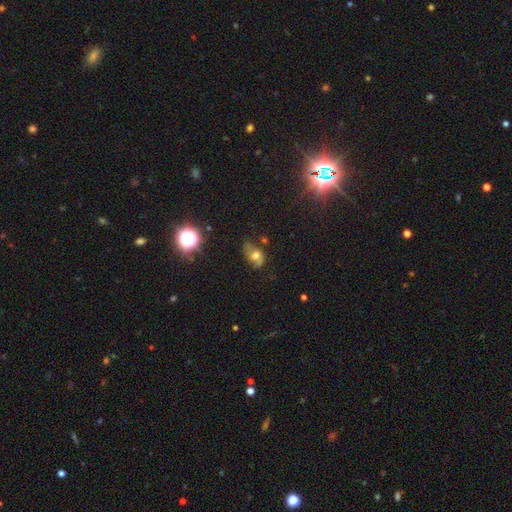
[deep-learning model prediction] smooth_or_featured: smooth (p=0.48) [alt: featured or disk p=0.36]
merging: none (p=0.49) [alt: minor disturbance p=0.31]